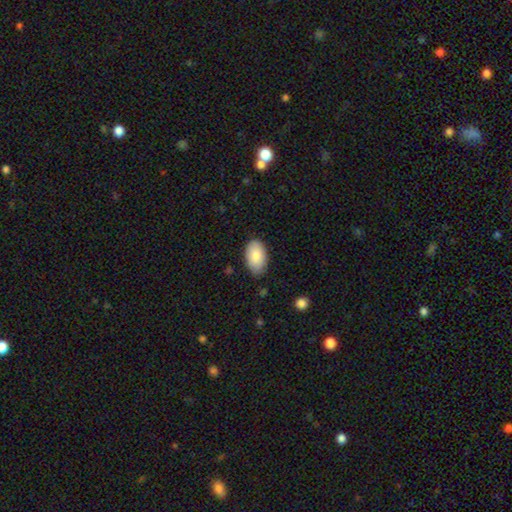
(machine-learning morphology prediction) A smooth galaxy with no disk features (85%) that is in between round and cigar-shaped (95%).

Vote fractions:
- Smooth or featured? smooth: 85% / featured or disk: 9% / star or artifact: 6%
- How rounded? in between: 95% / round: 4% / cigar-shaped: 1%
- Merging? none: 82% / minor disturbance: 14% / major disturbance: 2% / merger: 1%